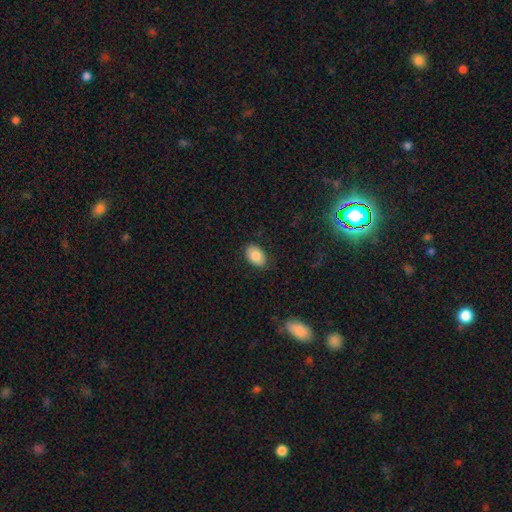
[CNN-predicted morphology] The model was most divided on "smooth or featured": smooth: 83%, featured or disk: 10%, star or artifact: 7%. More confident: how rounded — in between (87%); merging — none (85%).